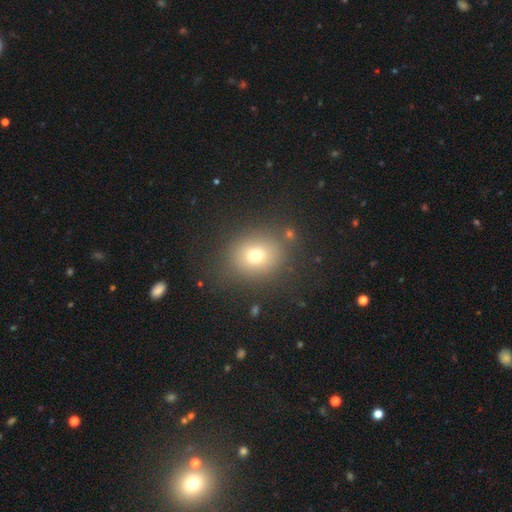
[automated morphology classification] smooth-or-featured: smooth: 71% | star or artifact: 16% | featured or disk: 13%
  how-rounded: round: 68% | in between: 31% | cigar-shaped: 1%
  merging: none: 81% | minor disturbance: 11% | major disturbance: 5% | merger: 3%